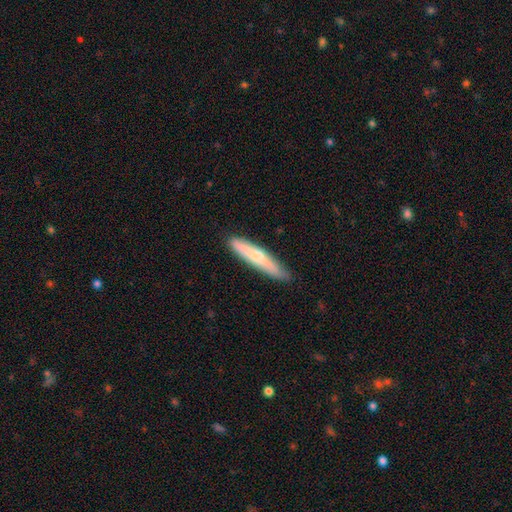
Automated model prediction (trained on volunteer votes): Smooth or featured?
  - smooth: 63% *
  - featured or disk: 32%
  - star or artifact: 5%
How rounded?
  - cigar-shaped: 91% *
  - in between: 8%
  - round: 1%
Merging?
  - none: 87% *
  - minor disturbance: 11%
  - major disturbance: 2%
  - merger: 1%